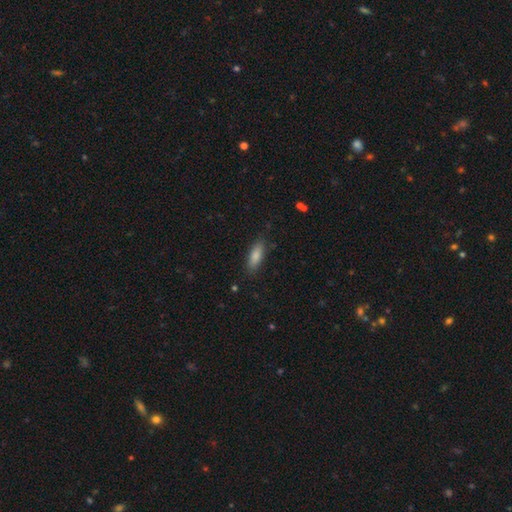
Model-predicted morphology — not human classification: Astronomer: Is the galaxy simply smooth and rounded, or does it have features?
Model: smooth — 84%.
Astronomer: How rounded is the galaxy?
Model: in between — 65%.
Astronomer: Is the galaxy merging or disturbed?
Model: none — 82%.